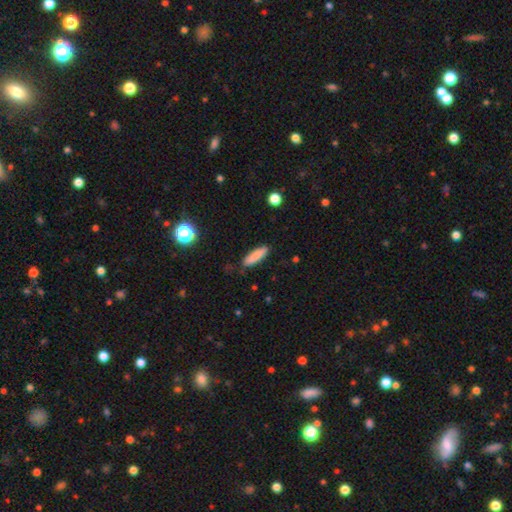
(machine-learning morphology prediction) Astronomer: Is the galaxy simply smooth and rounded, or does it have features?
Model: smooth — 85%.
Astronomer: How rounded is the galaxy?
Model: cigar-shaped — 66%.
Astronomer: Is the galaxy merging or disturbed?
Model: none — 83%.